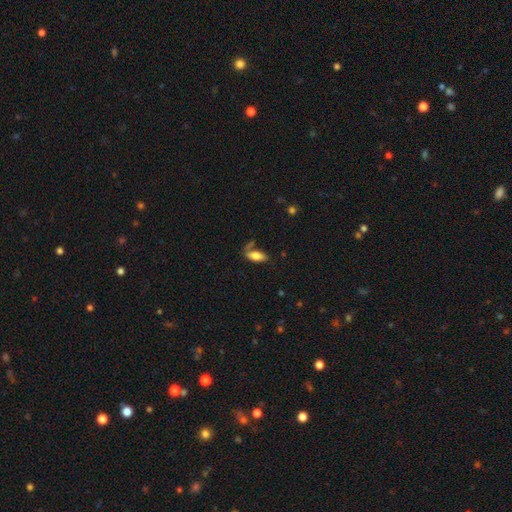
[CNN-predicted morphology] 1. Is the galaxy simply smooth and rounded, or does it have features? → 75% smooth, 17% featured or disk, 8% star or artifact.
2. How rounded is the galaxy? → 81% in between, 16% cigar-shaped, 3% round.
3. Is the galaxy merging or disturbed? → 54% none, 20% minor disturbance, 16% merger, 10% major disturbance.